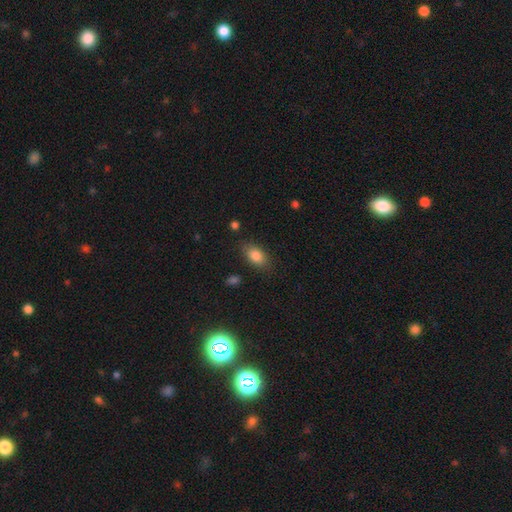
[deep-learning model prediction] Q: Smooth or featured?
A: smooth (84%); runner-up: star or artifact (8%)
Q: How rounded?
A: in between (87%); runner-up: round (8%)
Q: Merging?
A: none (81%); runner-up: minor disturbance (14%)